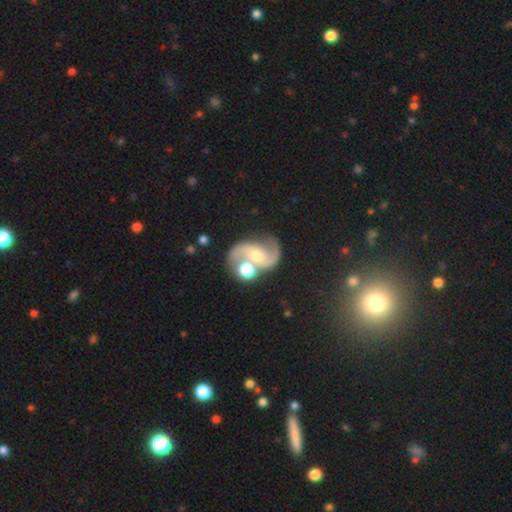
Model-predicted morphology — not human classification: featured or disk 86%, smooth 7%, star or artifact 7%. Down the decision tree: edge-on disk — no (98%); bar — no (53%); spiral arms — yes (96%); spiral arm count — 2 (93%); spiral winding — medium (49%); bulge size — moderate (57%); merging — none (54%).